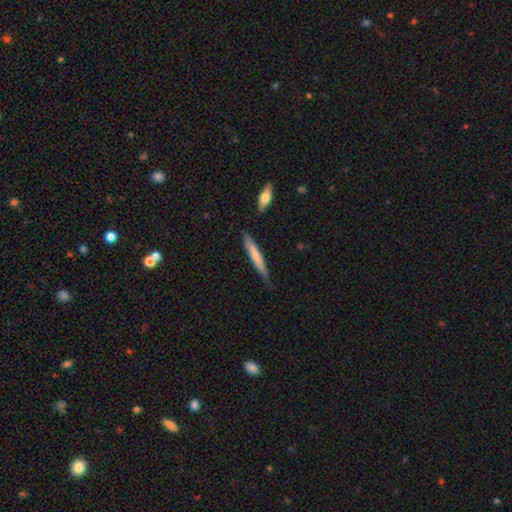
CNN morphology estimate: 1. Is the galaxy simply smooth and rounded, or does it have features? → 66% smooth, 29% featured or disk, 5% star or artifact.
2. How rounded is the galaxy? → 93% cigar-shaped, 5% in between, 1% round.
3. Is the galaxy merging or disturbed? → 75% none, 19% minor disturbance, 3% major disturbance, 2% merger.